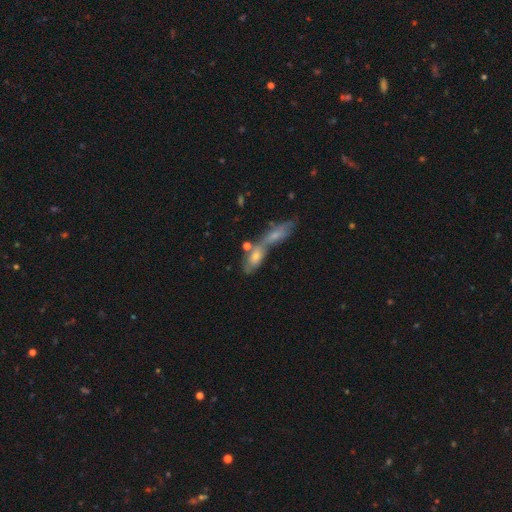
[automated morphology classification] This is possibly a smooth galaxy (51%). How rounded: possibly in between (56%). Merging: likely merger (65%).